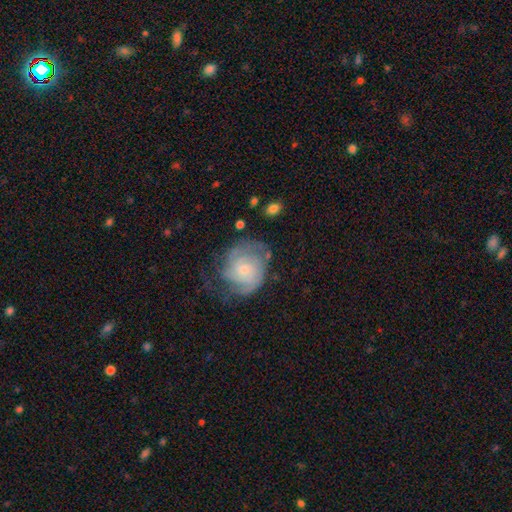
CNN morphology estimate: Overall: featured or disk (72%). Edge-on disk: no (97%). Bar: no (75%). Spiral arms: yes (90%). Spiral arm count: 2 (50%; can't tell 28%). Spiral winding: tight (51%; medium 36%). Bulge size: small (64%; moderate 28%). Merging: none (62%).